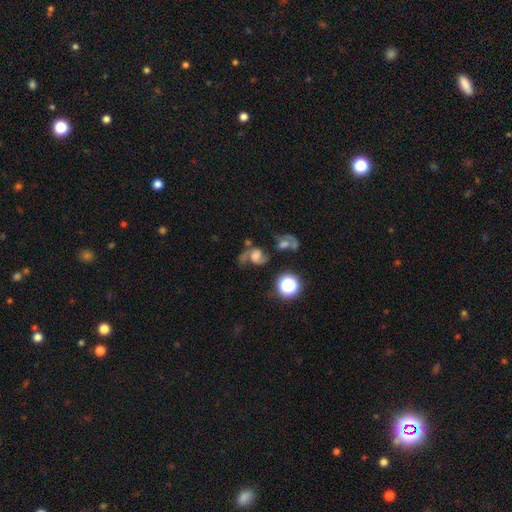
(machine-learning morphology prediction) type=featured or disk (67%); edge-on=no (97%); bar=no (58%); spiral arms=yes (90%); winding=loose (54%); arm count=2 (82%); bulge=large (28%); merging=none (40%).